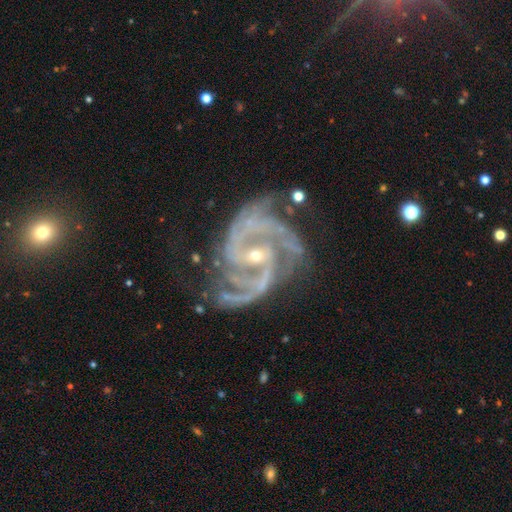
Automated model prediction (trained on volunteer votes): Smooth or featured? featured or disk (92%)
Edge-on disk? no (98%)
Bar? weak (39%)
Spiral arms? yes (98%)
Spiral winding? medium (53%)
Spiral arm count? 2 (33%)
Bulge size? small (77%)
Merging? none (57%)